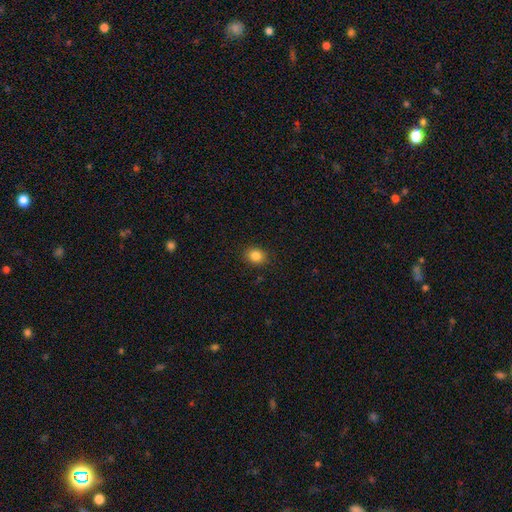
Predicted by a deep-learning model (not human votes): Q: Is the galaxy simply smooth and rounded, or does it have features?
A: smooth — 84%.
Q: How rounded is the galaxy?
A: round — 64%.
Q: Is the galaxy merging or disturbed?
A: none — 89%.